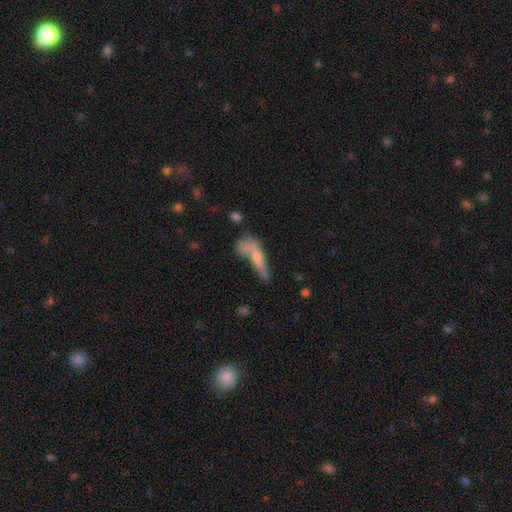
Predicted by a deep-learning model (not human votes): This appears to be a smooth galaxy with no disk features (58%) that is cigar-shaped (70%). Merging: none (33%).